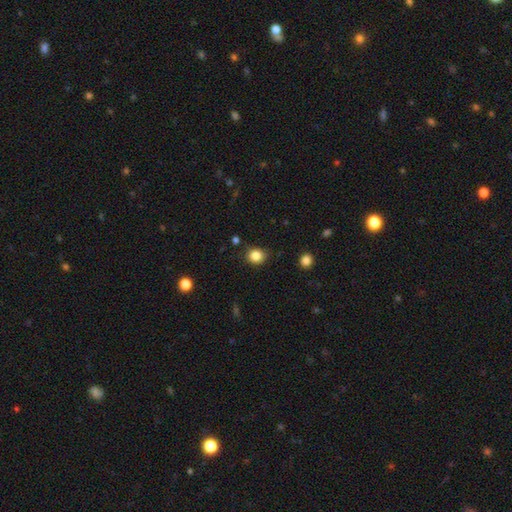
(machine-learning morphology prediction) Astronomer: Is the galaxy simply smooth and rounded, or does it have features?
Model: smooth — 85%.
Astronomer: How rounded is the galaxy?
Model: round — 77%.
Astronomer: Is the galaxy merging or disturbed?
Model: none — 84%.